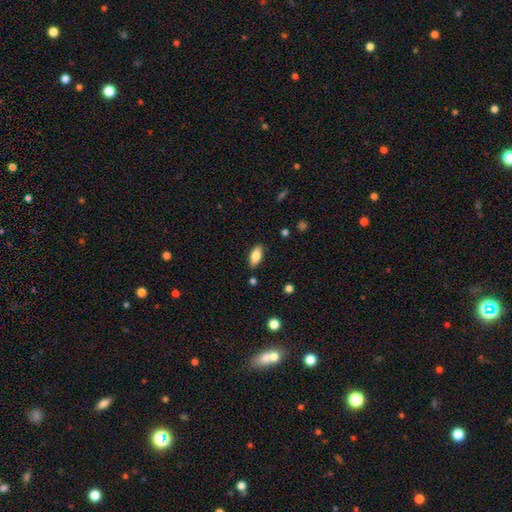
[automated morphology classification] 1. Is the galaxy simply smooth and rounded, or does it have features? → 77% smooth, 16% featured or disk, 7% star or artifact.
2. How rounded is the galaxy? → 84% in between, 14% cigar-shaped, 3% round.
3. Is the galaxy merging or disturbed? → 84% none, 11% minor disturbance, 2% major disturbance, 2% merger.